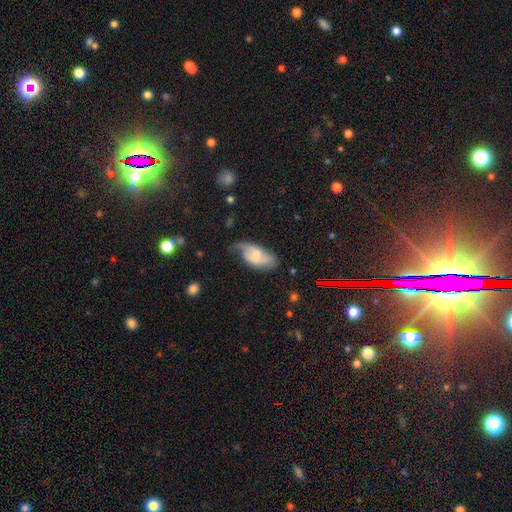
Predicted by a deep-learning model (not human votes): smooth-or-featured: featured or disk: 52% | smooth: 41% | star or artifact: 7%
  disk-edge-on: no: 91% | yes: 9%
  merging: none: 43% | minor disturbance: 35% | major disturbance: 19% | merger: 3%